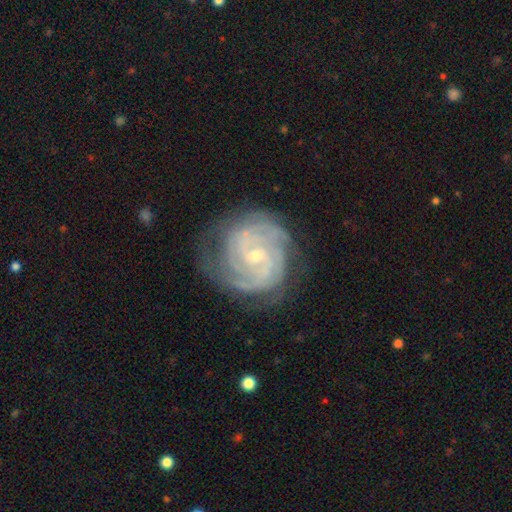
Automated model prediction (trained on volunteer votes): smooth-or-featured: featured or disk: 89% | star or artifact: 6% | smooth: 5%
  disk-edge-on: no: 98% | yes: 2%
    bar: no: 52% | weak: 36% | strong: 11%
    has-spiral-arms: yes: 98% | no: 2%
      spiral-winding: tight: 72% | medium: 24% | loose: 4%
      spiral-arm-count: 2: 29% | 3: 25% | can't tell: 20% | 4: 12% | more than 4: 7% | 1: 6%
    bulge-size: small: 68% | moderate: 29% | none: 1% | large: 1% | dominant: 1%
  merging: none: 76% | minor disturbance: 17% | major disturbance: 6% | merger: 1%